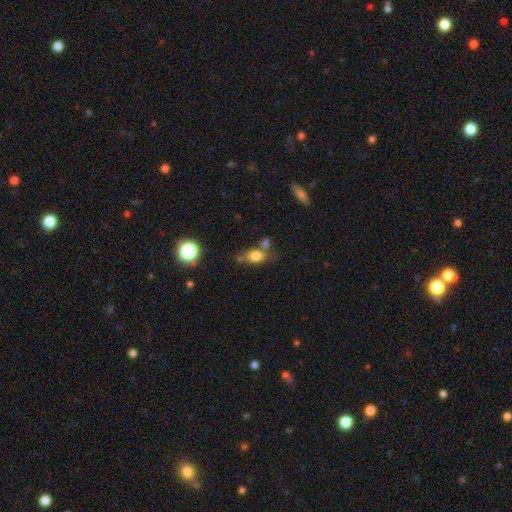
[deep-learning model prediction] Overall: smooth (78%). How rounded: in between (66%; round 31%). Merging: none (53%; merger 23%).